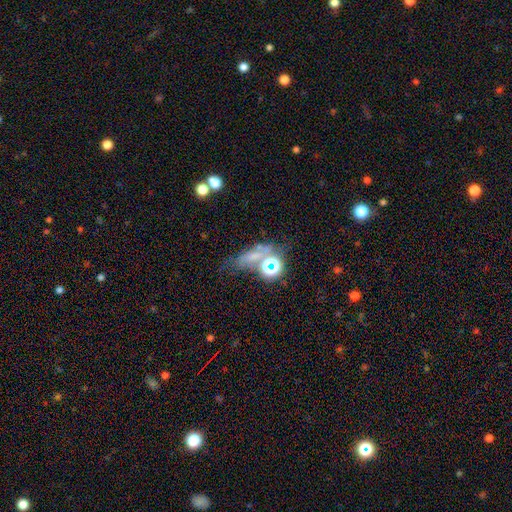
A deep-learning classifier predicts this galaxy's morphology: Q: Smooth or featured?
A: star or artifact (46%); runner-up: smooth (33%)